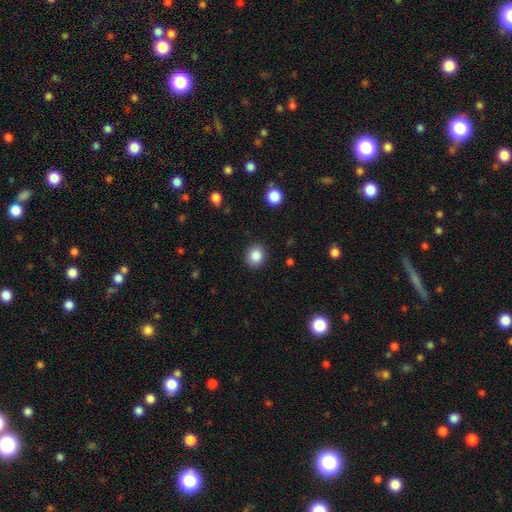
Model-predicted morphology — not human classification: This appears to be a smooth galaxy with no disk features (86%) that is round (79%). Merging: none (90%).